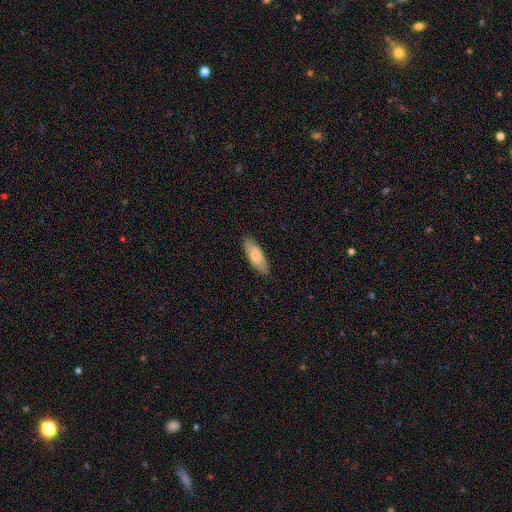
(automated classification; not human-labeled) smooth-or-featured: smooth: 73% | featured or disk: 21% | star or artifact: 6%
  how-rounded: in between: 69% | cigar-shaped: 30% | round: 2%
  merging: none: 86% | minor disturbance: 11% | major disturbance: 2% | merger: 1%